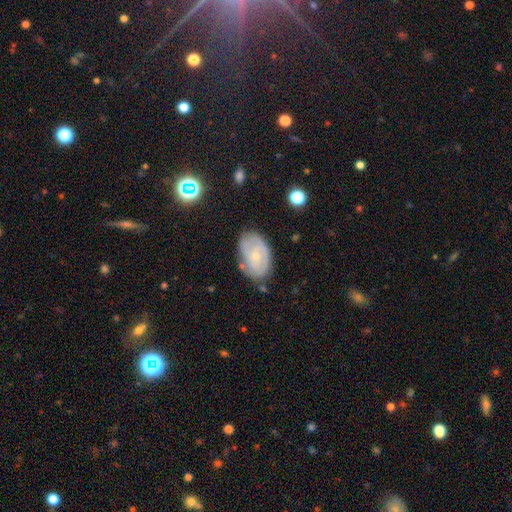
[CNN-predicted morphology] Smooth or featured: featured or disk — 62% (smooth — 31%)
Edge-on disk: no — 95% (yes — 5%)
Bar: no — 74% (weak — 22%)
Spiral arms: yes — 72% (no — 28%)
Bulge size: small — 73% (moderate — 23%)
Merging: none — 71% (minor disturbance — 21%)